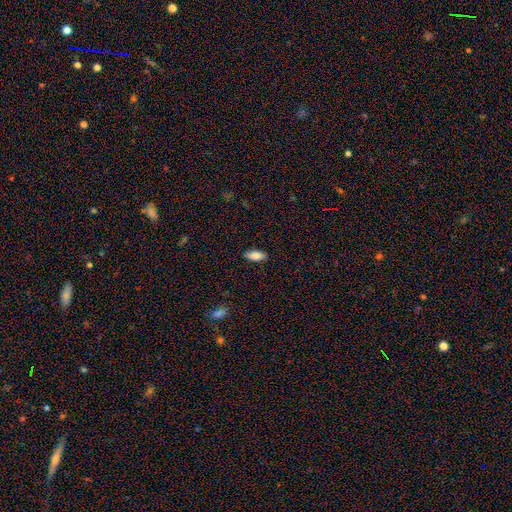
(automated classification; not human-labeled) The model was most divided on "how rounded": in between: 86%, cigar-shaped: 12%, round: 2%. More confident: merging — none (87%); smooth or featured — smooth (84%).